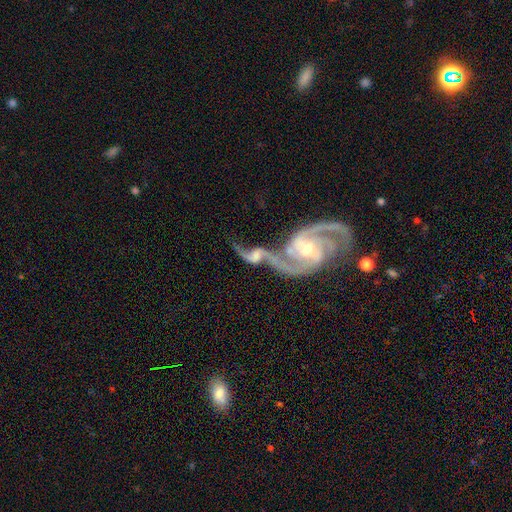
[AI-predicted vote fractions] Smooth or featured?
  - featured or disk: 85% *
  - smooth: 9%
  - star or artifact: 6%
Edge-on disk?
  - no: 95% *
  - yes: 5%
Bar?
  - weak: 44% *
  - no: 38%
  - strong: 18%
Spiral arms?
  - yes: 93% *
  - no: 7%
Spiral winding?
  - loose: 75% *
  - medium: 19%
  - tight: 6%
Spiral arm count?
  - 2: 85% *
  - can't tell: 4%
  - 1: 4%
  - 3: 4%
  - 4: 2%
  - more than 4: 2%
Bulge size?
  - moderate: 49% *
  - small: 33%
  - none: 9%
  - large: 7%
  - dominant: 2%
Merging?
  - merger: 62% *
  - none: 18%
  - major disturbance: 12%
  - minor disturbance: 8%